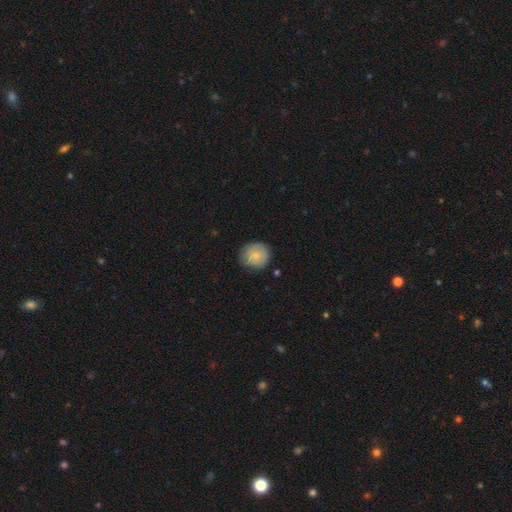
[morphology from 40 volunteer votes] A smooth galaxy with no disk features (75%) that is round (90%). Merging: none (81%).